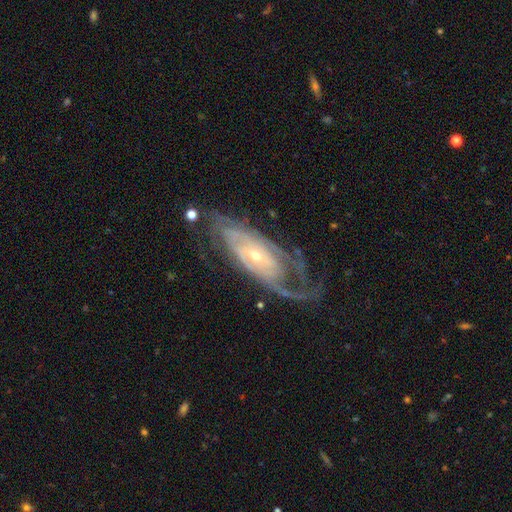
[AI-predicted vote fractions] smooth_or_featured: featured or disk (p=0.87) [alt: smooth p=0.07]
disk_edge_on: no (p=0.90) [alt: yes p=0.10]
bar: no (p=0.58) [alt: weak p=0.30]
has_spiral_arms: yes (p=0.94) [alt: no p=0.06]
spiral_winding: tight (p=0.57) [alt: medium p=0.32]
spiral_arm_count: can't tell (p=0.34) [alt: 2 p=0.32]
bulge_size: small (p=0.65) [alt: moderate p=0.31]
merging: none (p=0.60) [alt: minor disturbance p=0.19]